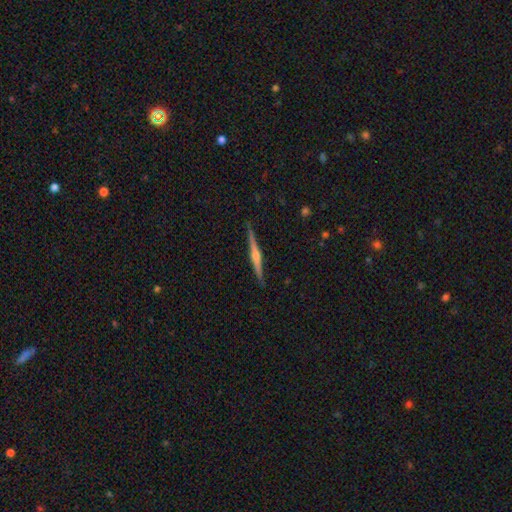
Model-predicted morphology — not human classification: Overall: featured or disk (81%). Edge-on disk: yes (99%). Edge-on bulge: rounded (90%). Merging: none (91%).